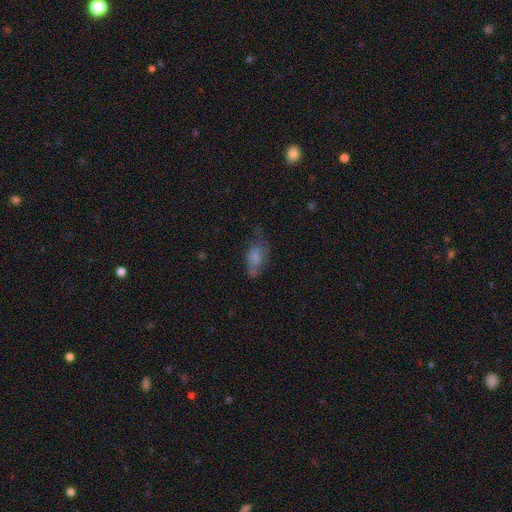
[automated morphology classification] Smooth or featured? smooth (58%)
How rounded? in between (82%)
Merging? none (55%)